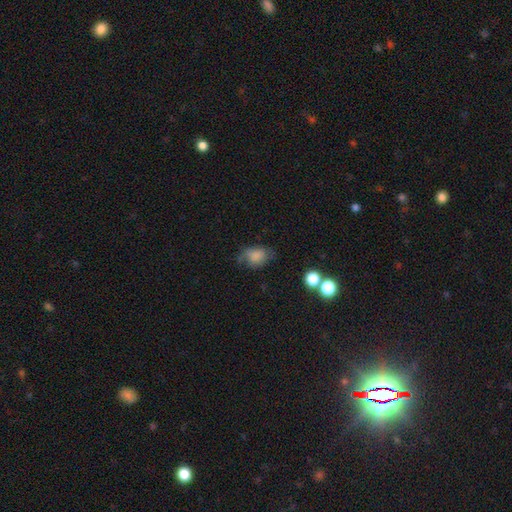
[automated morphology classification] Smooth or featured?
  - smooth: 73% *
  - featured or disk: 16%
  - star or artifact: 11%
How rounded?
  - in between: 74% *
  - round: 24%
  - cigar-shaped: 1%
Merging?
  - none: 50% *
  - minor disturbance: 32%
  - major disturbance: 15%
  - merger: 3%